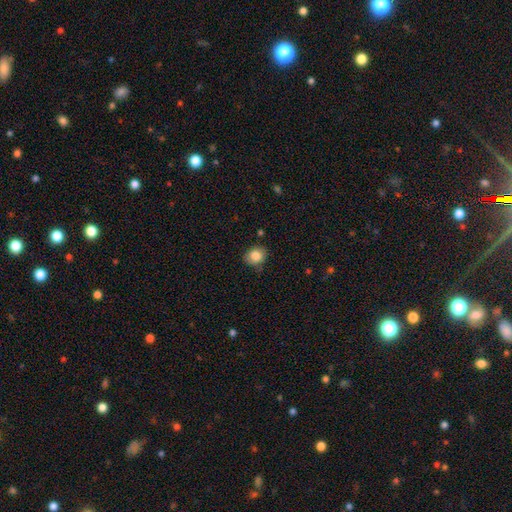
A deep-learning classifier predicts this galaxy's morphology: The model was most divided on "how rounded": round: 62%, in between: 37%, cigar-shaped: 1%. More confident: smooth or featured — smooth (84%); merging — none (74%).